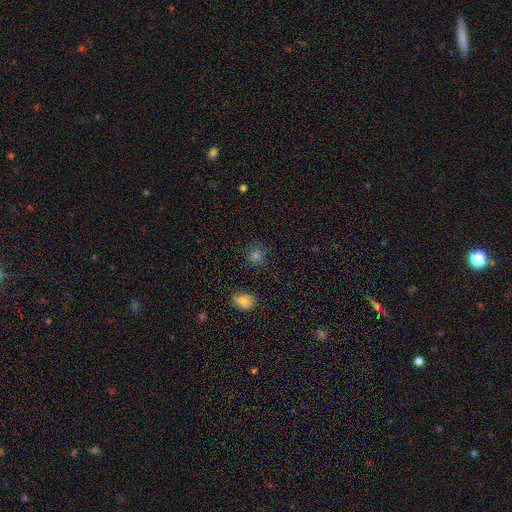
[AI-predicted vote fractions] Smooth or featured?
  - smooth: 69% *
  - star or artifact: 22%
  - featured or disk: 9%
How rounded?
  - round: 87% *
  - in between: 12%
  - cigar-shaped: 1%
Merging?
  - none: 82% *
  - minor disturbance: 12%
  - major disturbance: 4%
  - merger: 2%